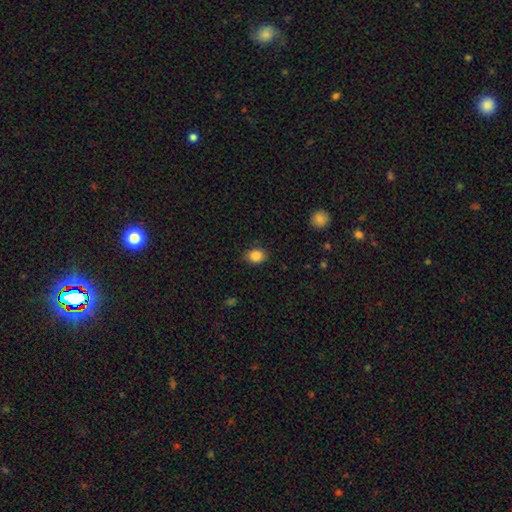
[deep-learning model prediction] A smooth galaxy with no disk features (87%) that is in between round and cigar-shaped (52%). Merging: none (80%).